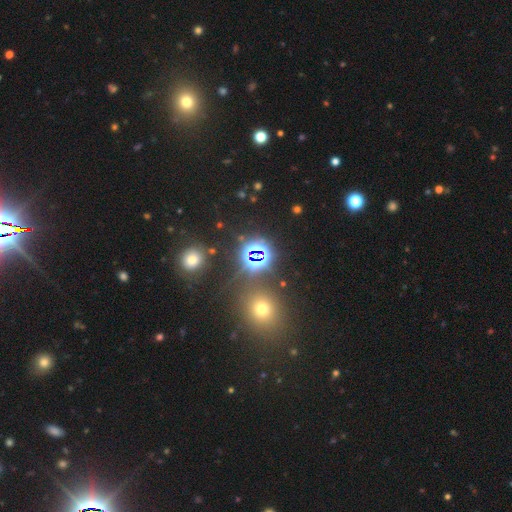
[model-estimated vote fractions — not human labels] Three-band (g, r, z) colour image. It shows a star or artifact, not a galaxy (74%).